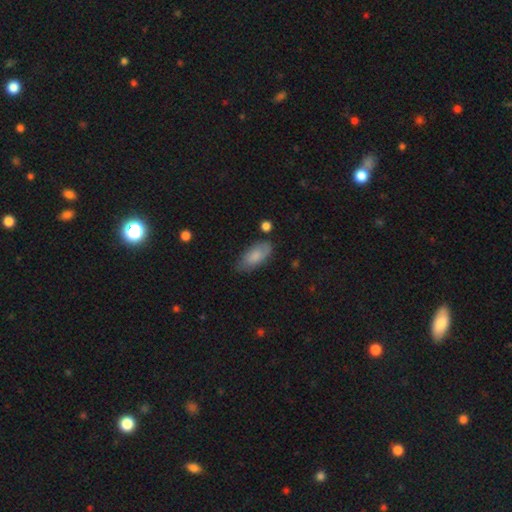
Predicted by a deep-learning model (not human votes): A smooth galaxy with no disk features (80%) that is in between round and cigar-shaped (87%). Merging: none (72%).